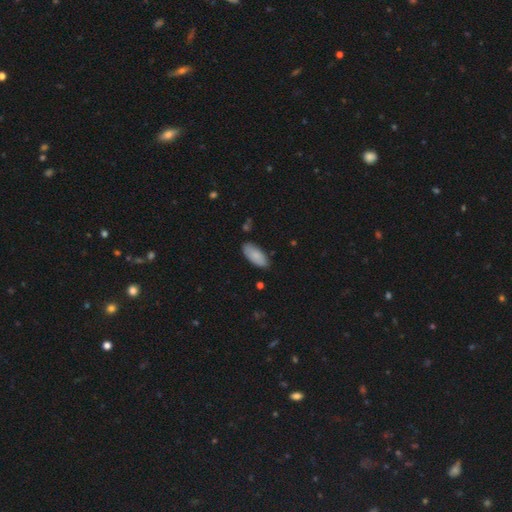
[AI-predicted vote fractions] Overall: smooth (85%). How rounded: in between (89%). Merging: none (82%).